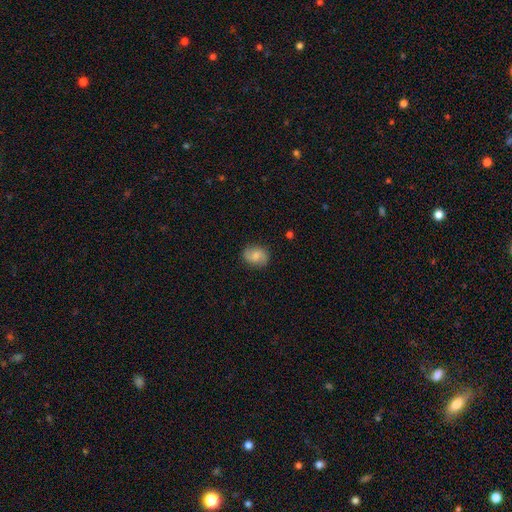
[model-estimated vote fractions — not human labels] smooth-or-featured: smooth: 49% | featured or disk: 43% | star or artifact: 9%
  merging: none: 82% | minor disturbance: 13% | major disturbance: 3% | merger: 1%